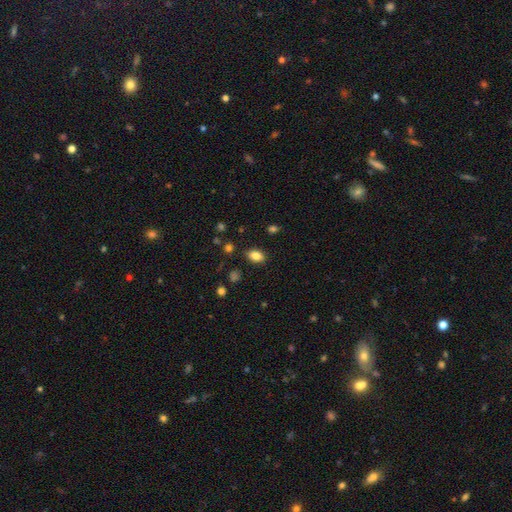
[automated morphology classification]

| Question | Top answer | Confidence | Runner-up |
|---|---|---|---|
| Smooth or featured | smooth | 84% | star or artifact (10%) |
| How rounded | in between | 85% | round (13%) |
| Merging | none | 86% | minor disturbance (9%) |